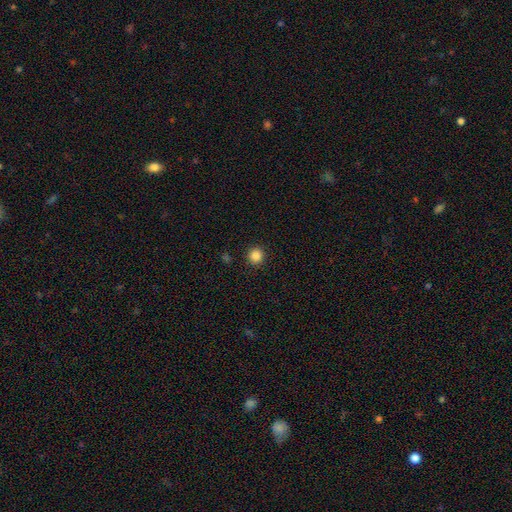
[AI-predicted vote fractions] Smooth or featured?
  - smooth: 86% *
  - star or artifact: 11%
  - featured or disk: 3%
How rounded?
  - round: 94% *
  - in between: 5%
  - cigar-shaped: 1%
Merging?
  - none: 92% *
  - minor disturbance: 5%
  - major disturbance: 2%
  - merger: 1%